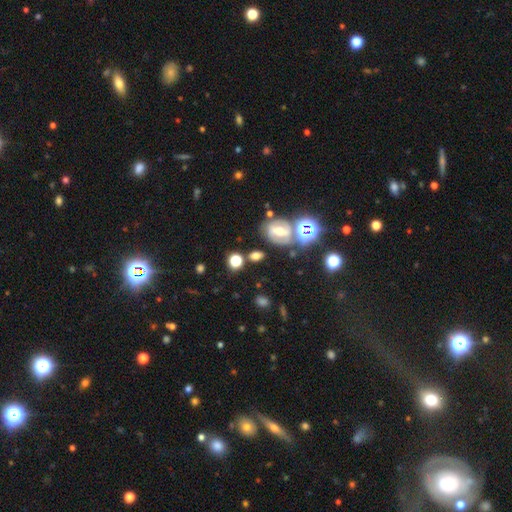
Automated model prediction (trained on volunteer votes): smooth 52%, featured or disk 29%, star or artifact 19%. Down the decision tree: how rounded — in between (54%); merging — none (66%).